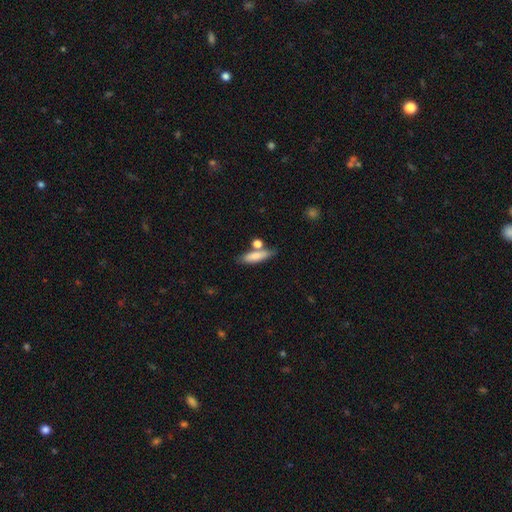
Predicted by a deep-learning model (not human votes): Smooth or featured? smooth (78%)
How rounded? cigar-shaped (58%)
Merging? none (64%)